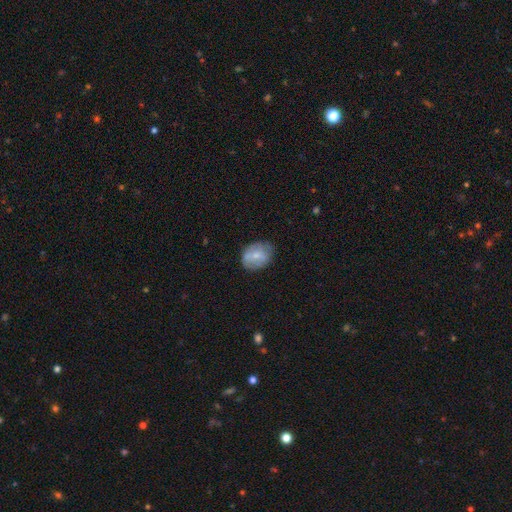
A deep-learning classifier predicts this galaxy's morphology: Smooth or featured? Predicted: smooth (p=0.59). How rounded? Predicted: in between (p=0.59). Merging? Predicted: none (p=0.68).